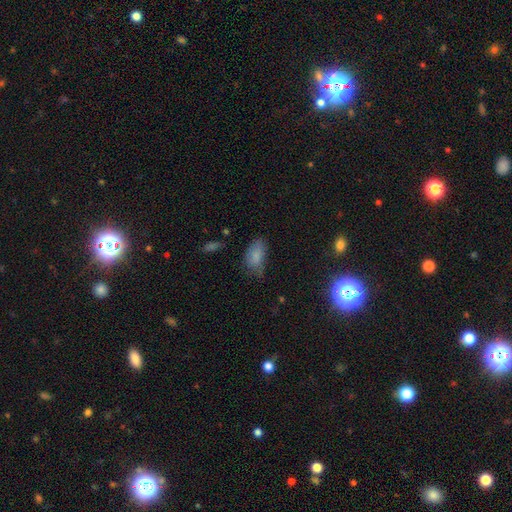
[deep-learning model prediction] A smooth galaxy with no disk features (82%) that is in between round and cigar-shaped (92%). Merging: none (53%).